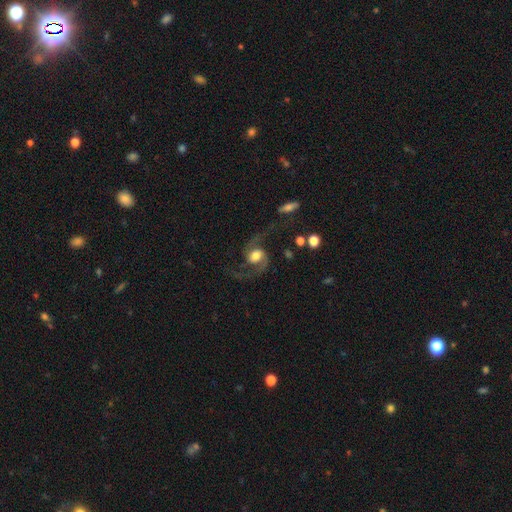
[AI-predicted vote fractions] The model was most divided on "bulge size": moderate: 43%, large: 41%, small: 7%, dominant: 6%, none: 3%. More confident: edge-on disk — no (98%); spiral arms — yes (97%); spiral arm count — 2 (93%); smooth or featured — featured or disk (86%); merging — none (67%); spiral winding — loose (56%); bar — no (55%).